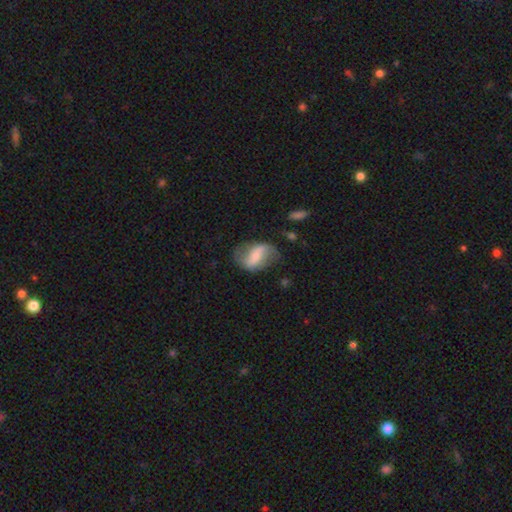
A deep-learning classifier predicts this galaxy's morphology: Smooth or featured: featured or disk — 70% (smooth — 24%)
Edge-on disk: no — 96% (yes — 4%)
Bar: strong — 42% (weak — 37%)
Spiral arms: yes — 86% (no — 14%)
Spiral winding: loose — 71% (medium — 22%)
Spiral arm count: 2 — 88% (can't tell — 5%)
Bulge size: small — 51% (moderate — 28%)
Merging: none — 66% (minor disturbance — 21%)